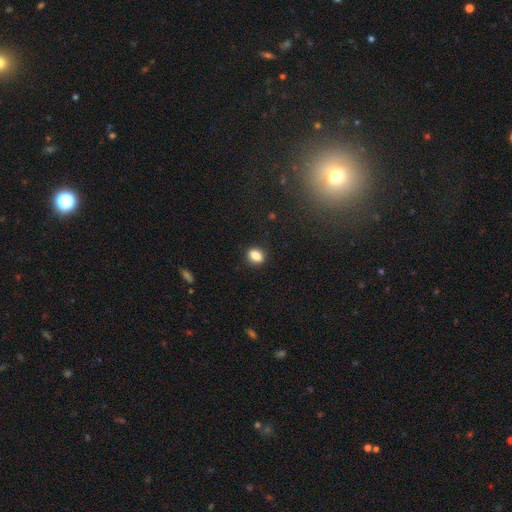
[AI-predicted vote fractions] This appears to be a smooth galaxy with no disk features (85%) that is in between round and cigar-shaped (66%). Merging: none (87%).